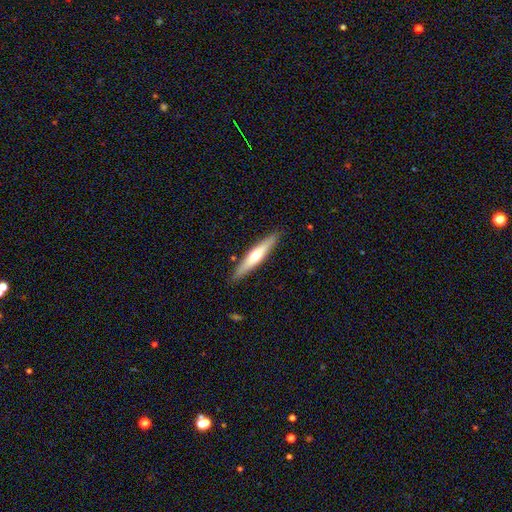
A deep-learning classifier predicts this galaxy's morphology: smooth_or_featured: featured or disk (p=0.50) [alt: smooth p=0.44]
disk_edge_on: yes (p=0.93) [alt: no p=0.07]
merging: none (p=0.89) [alt: minor disturbance p=0.08]